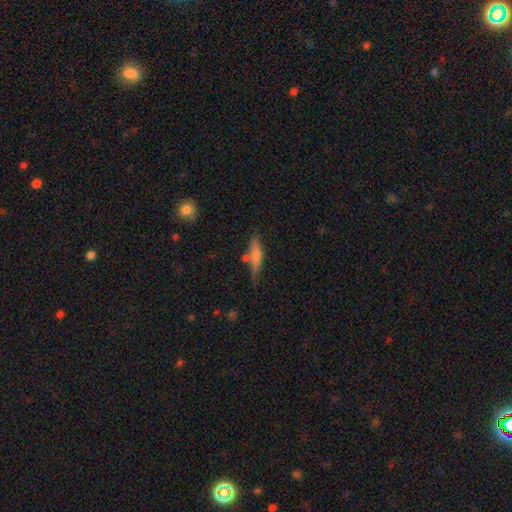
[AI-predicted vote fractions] This is possibly a smooth galaxy (55%). How rounded: clearly cigar-shaped (83%). Merging: likely none (68%).